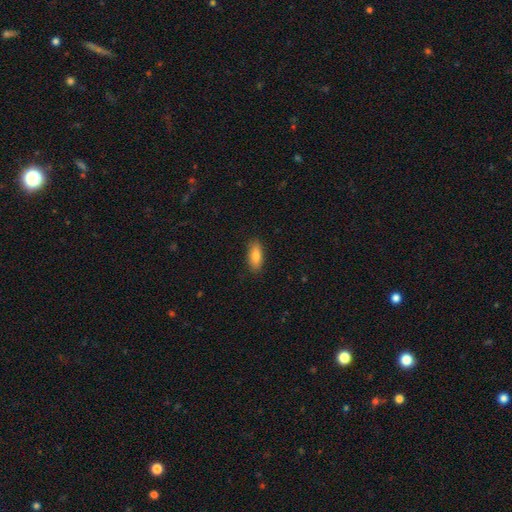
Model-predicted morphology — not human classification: Smooth or featured?
  - smooth: 83% *
  - featured or disk: 11%
  - star or artifact: 7%
How rounded?
  - in between: 84% *
  - cigar-shaped: 14%
  - round: 3%
Merging?
  - none: 87% *
  - minor disturbance: 10%
  - major disturbance: 2%
  - merger: 1%